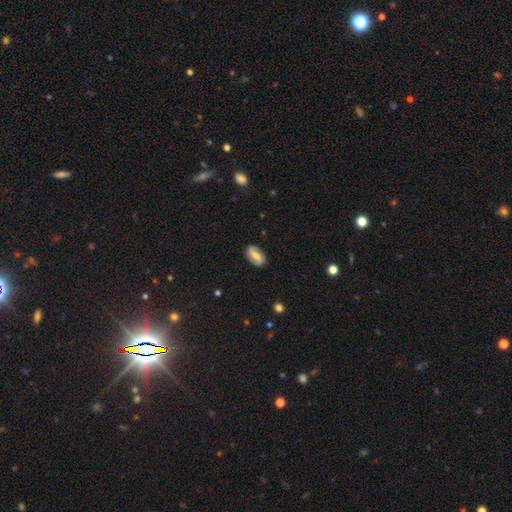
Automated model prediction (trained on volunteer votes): This appears to be a featured or disk galaxy (54%) with a strong bar (47%), spiral arms (80%) and a small central bulge (38%). Merging: none (84%).